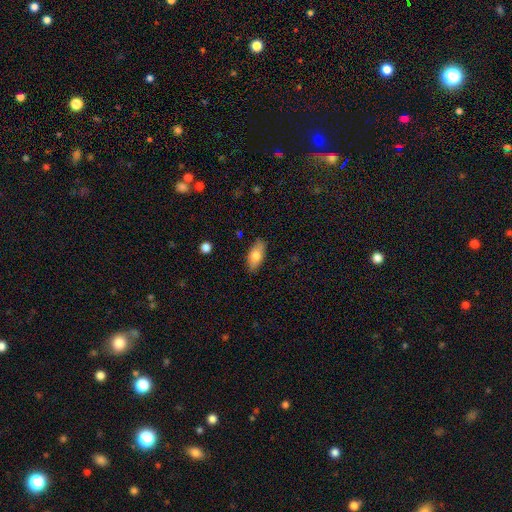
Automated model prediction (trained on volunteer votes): smooth 79%, featured or disk 14%, star or artifact 7%. Down the decision tree: how rounded — in between (87%); merging — none (85%).